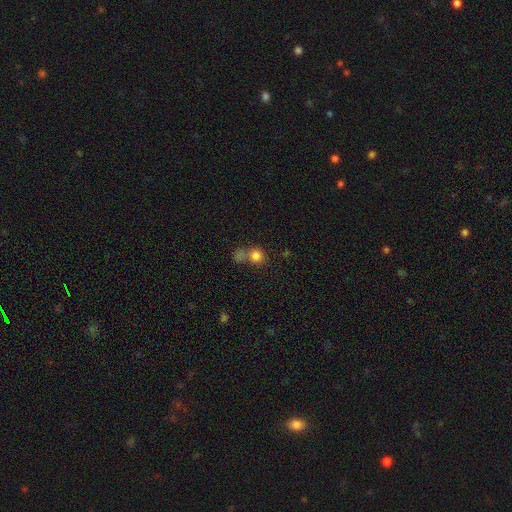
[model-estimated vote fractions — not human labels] This is clearly a smooth galaxy (81%). How rounded: clearly round (85%). Merging: possibly none (50%).